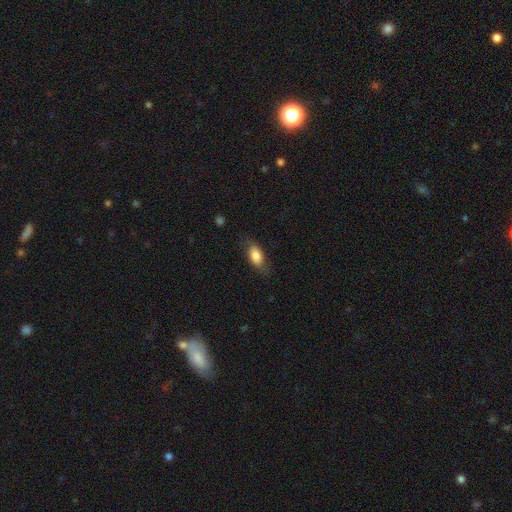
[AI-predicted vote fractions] smooth 79%, featured or disk 14%, star or artifact 7%. Down the decision tree: how rounded — in between (85%); merging — none (72%).